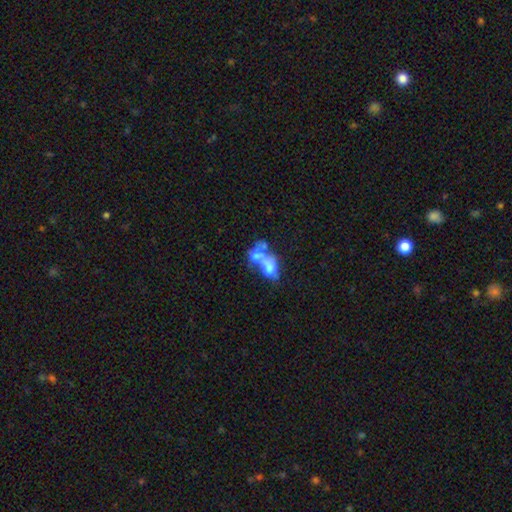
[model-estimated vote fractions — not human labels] Smooth or featured? Predicted: smooth (p=0.54). How rounded? Predicted: in between (p=0.73). Merging? Predicted: merger (p=0.71).